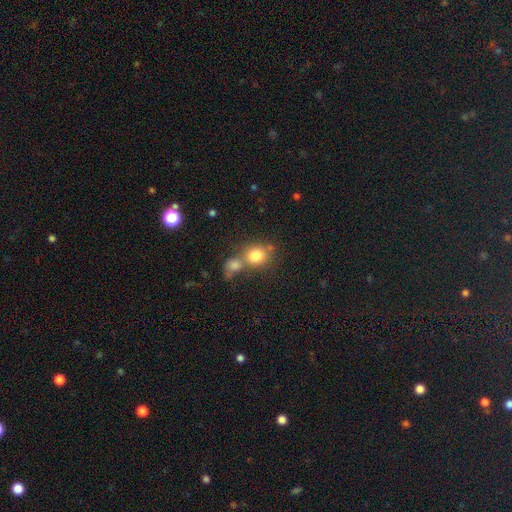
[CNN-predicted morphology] This appears to be a smooth galaxy with no disk features (79%) that is round (77%). Merging: none (45%).